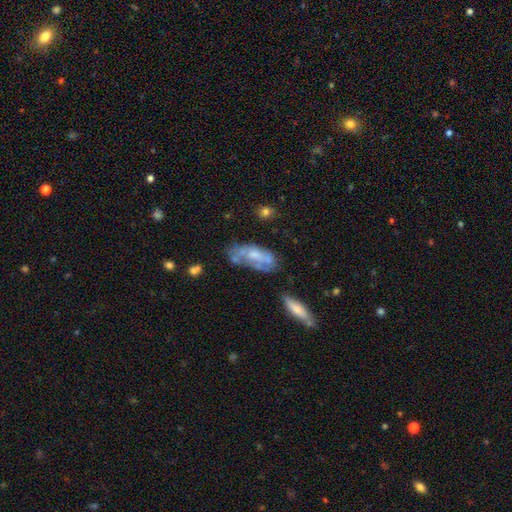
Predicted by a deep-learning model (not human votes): Overall: featured or disk (54%; smooth 38%). Edge-on disk: no (88%). Merging: none (43%; minor disturbance 25%).